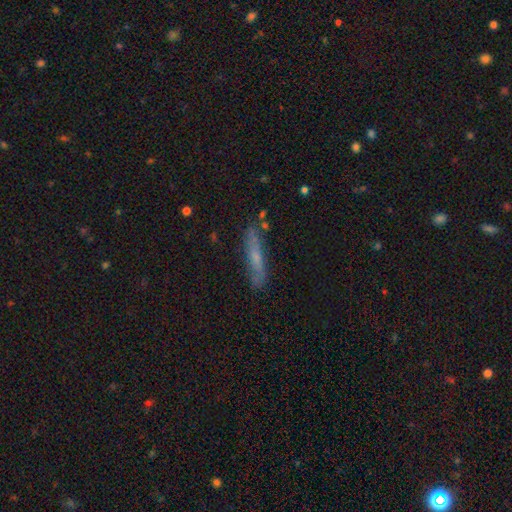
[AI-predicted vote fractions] Smooth or featured: smooth — 51% (featured or disk — 41%)
How rounded: cigar-shaped — 89% (in between — 9%)
Merging: none — 77% (minor disturbance — 16%)